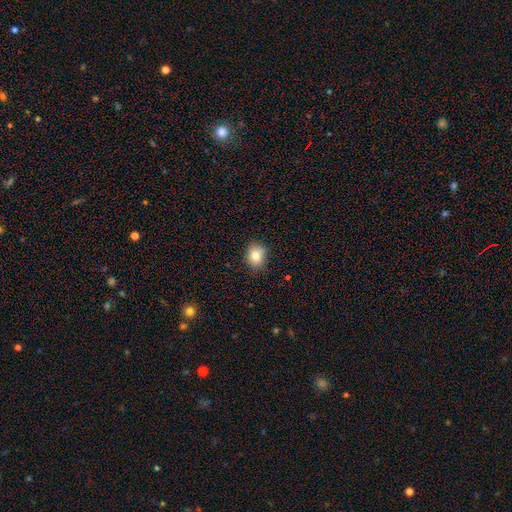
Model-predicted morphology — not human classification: smooth-or-featured: smooth: 80% | star or artifact: 10% | featured or disk: 10%
  how-rounded: round: 55% | in between: 44% | cigar-shaped: 1%
  merging: none: 81% | minor disturbance: 15% | major disturbance: 3% | merger: 1%